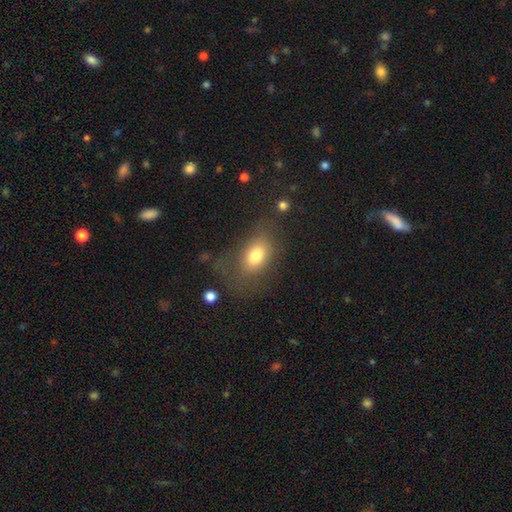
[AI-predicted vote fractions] This is likely a smooth galaxy (75%). How rounded: clearly in between (84%). Merging: possibly none (57%).